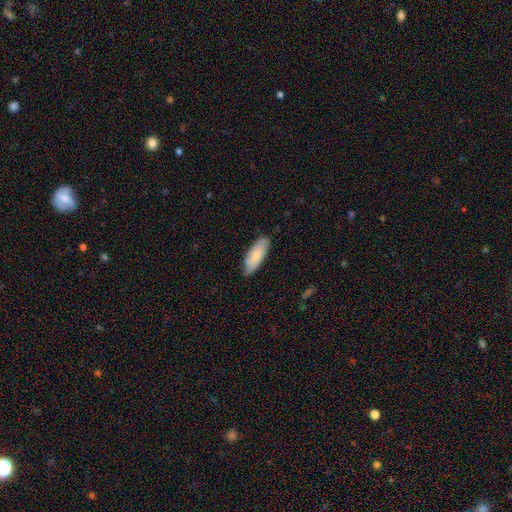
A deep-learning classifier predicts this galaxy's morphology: smooth-or-featured: smooth: 77% | featured or disk: 18% | star or artifact: 5%
  how-rounded: in between: 70% | cigar-shaped: 29% | round: 2%
  merging: none: 83% | minor disturbance: 14% | major disturbance: 2% | merger: 1%